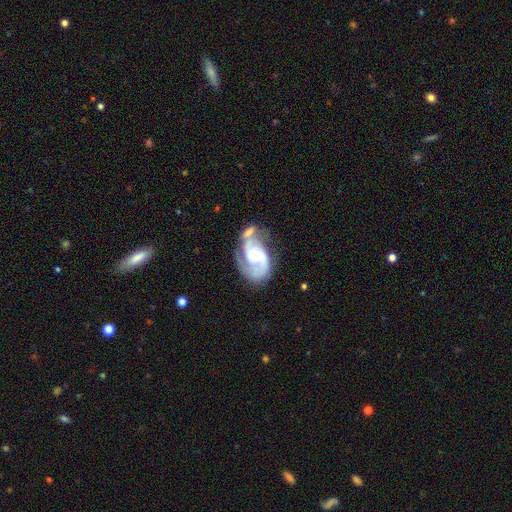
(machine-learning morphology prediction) Overall: featured or disk (84%). Edge-on disk: no (98%). Bar: no (52%; weak 39%). Spiral arms: yes (94%). Spiral arm count: 2 (72%). Spiral winding: medium (49%; tight 29%). Bulge size: small (46%; moderate 40%). Merging: none (36%; merger 23%).